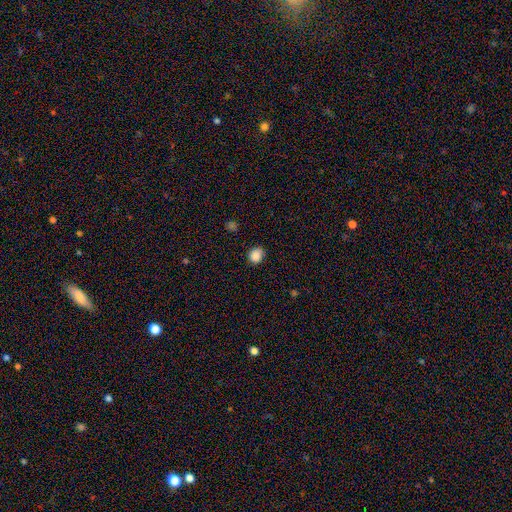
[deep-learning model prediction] A smooth galaxy with no disk features (86%) that is round (79%).

Vote fractions:
- Smooth or featured? smooth: 86% / star or artifact: 10% / featured or disk: 4%
- How rounded? round: 79% / in between: 20% / cigar-shaped: 1%
- Merging? none: 83% / minor disturbance: 13% / major disturbance: 3% / merger: 1%